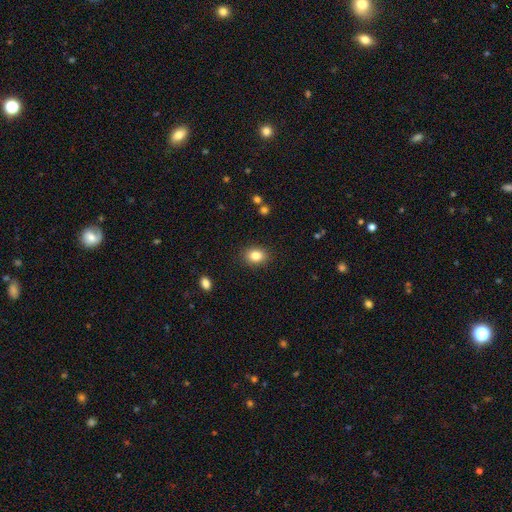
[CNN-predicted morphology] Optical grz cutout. It shows a smooth galaxy with no disk features (85%) that is in between round and cigar-shaped (57%). Merging: none (88%).